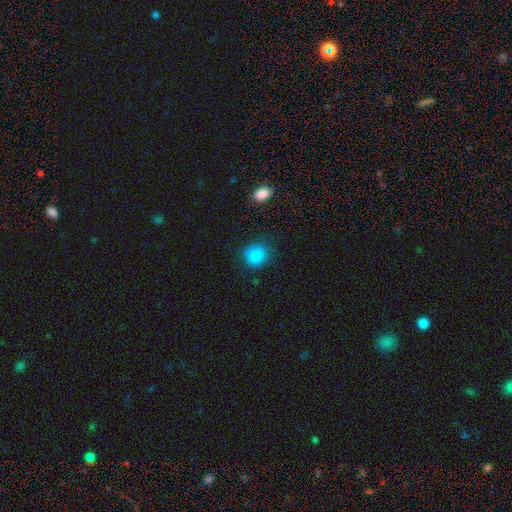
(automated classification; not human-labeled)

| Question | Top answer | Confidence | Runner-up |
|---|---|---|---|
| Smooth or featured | smooth | 87% | star or artifact (9%) |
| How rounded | round | 79% | in between (20%) |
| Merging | none | 82% | minor disturbance (12%) |